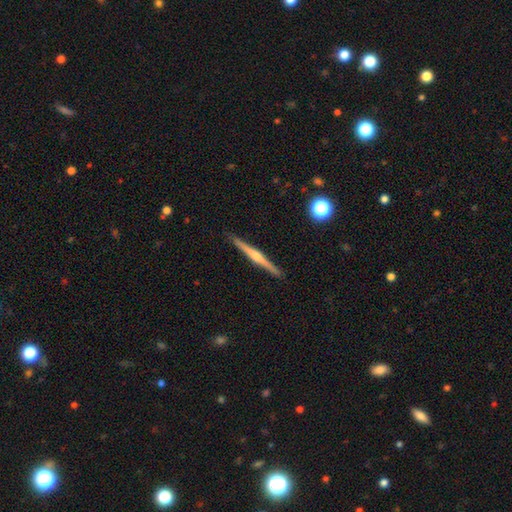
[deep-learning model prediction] featured or disk 78%, smooth 17%, star or artifact 6%. Down the decision tree: edge-on disk — yes (99%); edge-on bulge — rounded (81%); merging — none (92%).